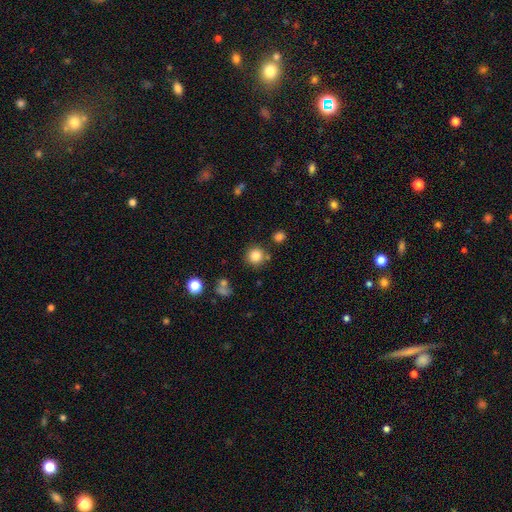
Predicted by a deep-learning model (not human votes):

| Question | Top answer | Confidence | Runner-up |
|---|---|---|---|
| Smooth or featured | smooth | 83% | star or artifact (11%) |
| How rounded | round | 93% | in between (6%) |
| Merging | none | 81% | minor disturbance (8%) |